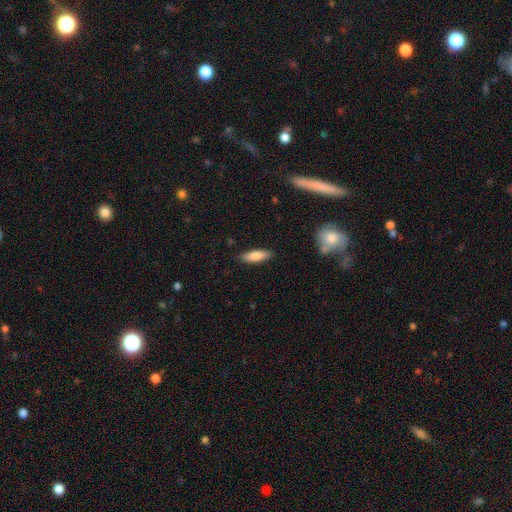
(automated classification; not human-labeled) A smooth galaxy with no disk features (79%) that is cigar-shaped (50%).

Vote fractions:
- Smooth or featured? smooth: 79% / featured or disk: 15% / star or artifact: 6%
- How rounded? cigar-shaped: 50% / in between: 48% / round: 2%
- Merging? none: 86% / minor disturbance: 11% / major disturbance: 2% / merger: 1%